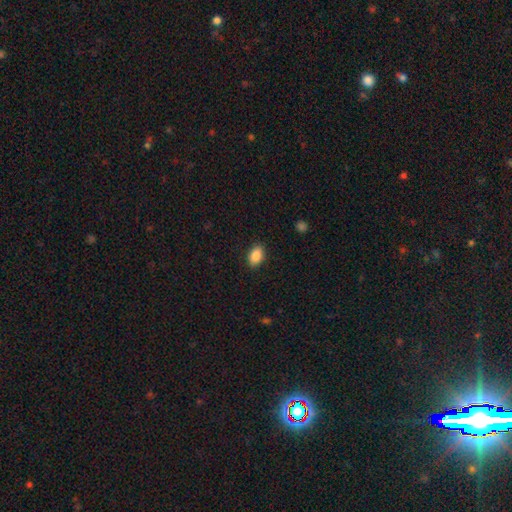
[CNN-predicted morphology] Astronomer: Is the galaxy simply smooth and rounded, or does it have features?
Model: smooth — 88%.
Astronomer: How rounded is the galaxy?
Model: in between — 87%.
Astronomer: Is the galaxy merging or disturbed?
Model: none — 89%.